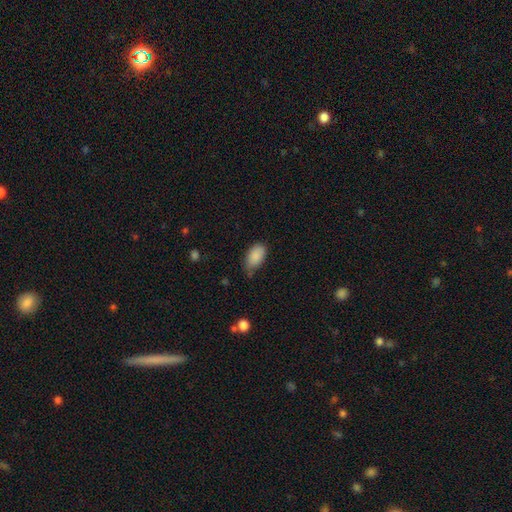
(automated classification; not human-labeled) Morphology: type=smooth (88%); roundness=in between (94%); merging=none (65%).